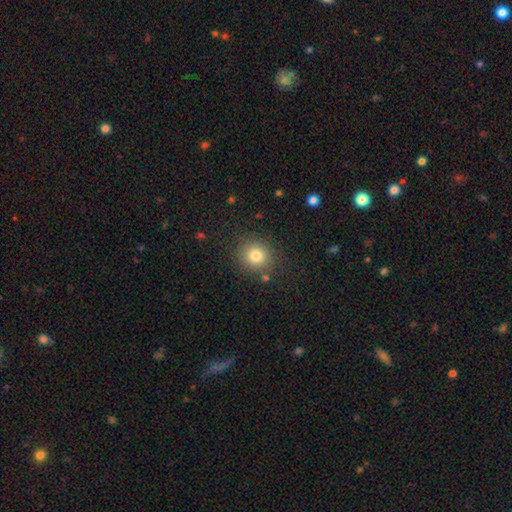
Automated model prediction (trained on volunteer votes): Smooth or featured?
  - smooth: 80% *
  - star or artifact: 12%
  - featured or disk: 7%
How rounded?
  - round: 86% *
  - in between: 13%
  - cigar-shaped: 1%
Merging?
  - none: 85% *
  - minor disturbance: 9%
  - major disturbance: 3%
  - merger: 3%